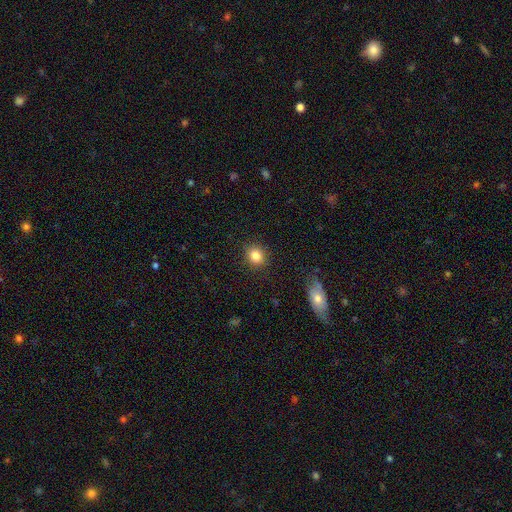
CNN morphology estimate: This appears to be a smooth galaxy with no disk features (84%) that is round (76%). Merging: none (89%).